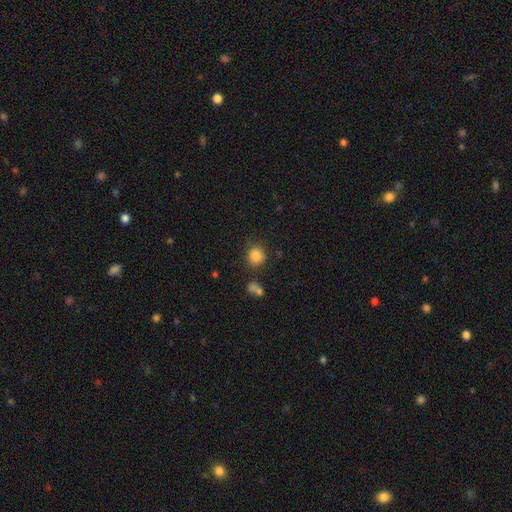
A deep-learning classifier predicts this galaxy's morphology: smooth-or-featured: smooth: 84% | star or artifact: 11% | featured or disk: 5%
  how-rounded: round: 86% | in between: 13% | cigar-shaped: 1%
  merging: none: 80% | minor disturbance: 11% | merger: 5% | major disturbance: 4%